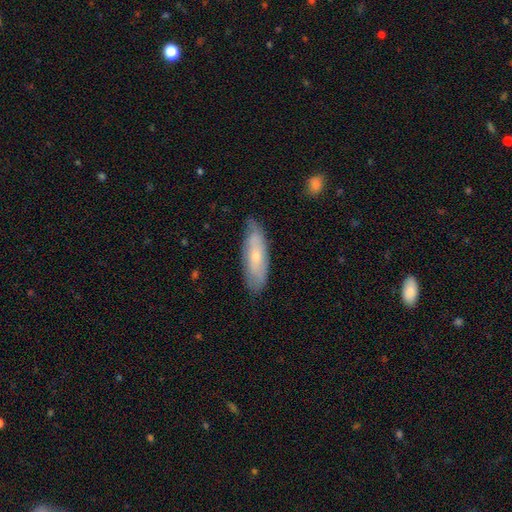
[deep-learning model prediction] This appears to be a smooth galaxy with no disk features (52%) that is in between round and cigar-shaped (54%). Merging: none (74%).